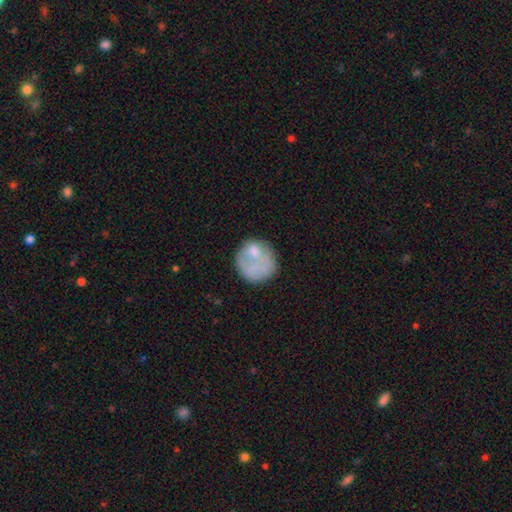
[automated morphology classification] This appears to be a smooth galaxy with no disk features (62%) that is round (84%). Merging: none (53%).